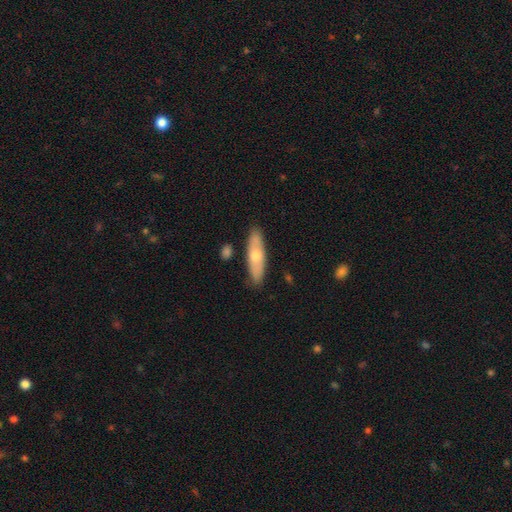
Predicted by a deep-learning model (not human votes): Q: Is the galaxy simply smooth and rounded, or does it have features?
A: smooth — 55%.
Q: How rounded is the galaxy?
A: cigar-shaped — 55%.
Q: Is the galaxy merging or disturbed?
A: none — 86%.